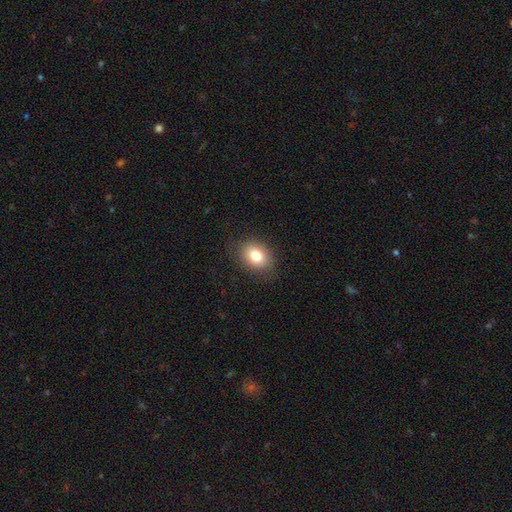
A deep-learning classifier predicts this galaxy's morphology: Smooth or featured? Predicted: smooth (p=0.82). How rounded? Predicted: in between (p=0.70). Merging? Predicted: none (p=0.84).